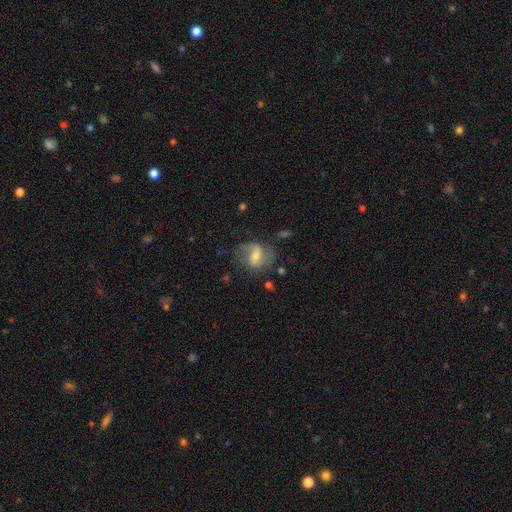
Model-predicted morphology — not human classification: Overall: featured or disk (72%). Edge-on disk: no (97%). Bar: weak (48%; strong 31%). Spiral arms: yes (88%). Spiral arm count: 2 (80%). Spiral winding: medium (43%; loose 42%). Bulge size: moderate (45%; small 44%). Merging: none (60%; minor disturbance 21%).